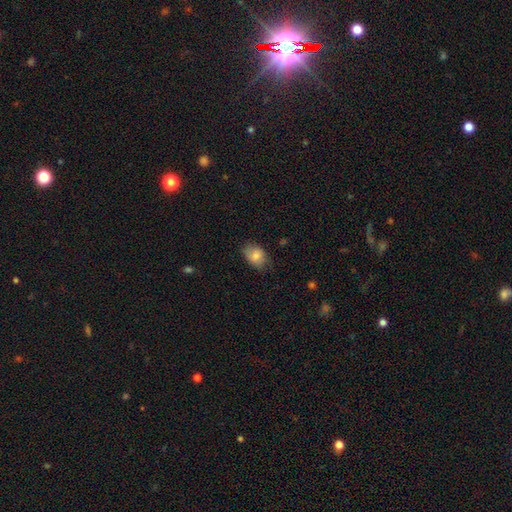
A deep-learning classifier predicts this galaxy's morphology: A smooth galaxy with no disk features (81%) that is in between round and cigar-shaped (77%).

Vote fractions:
- Smooth or featured? smooth: 81% / featured or disk: 12% / star or artifact: 7%
- How rounded? in between: 77% / round: 22% / cigar-shaped: 1%
- Merging? none: 69% / minor disturbance: 25% / major disturbance: 5% / merger: 1%